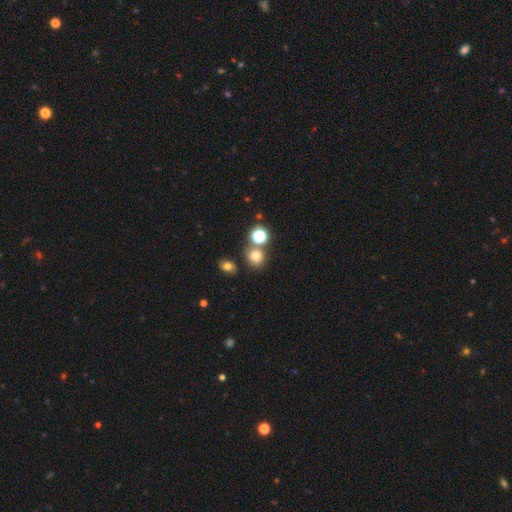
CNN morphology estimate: This appears to be a smooth galaxy with no disk features (71%) that is round (81%). Merging: none (68%).